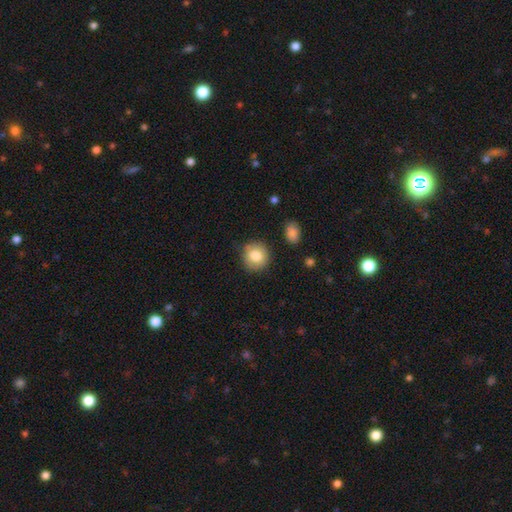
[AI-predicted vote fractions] A smooth galaxy with no disk features (82%) that is round (90%). Merging: none (84%).